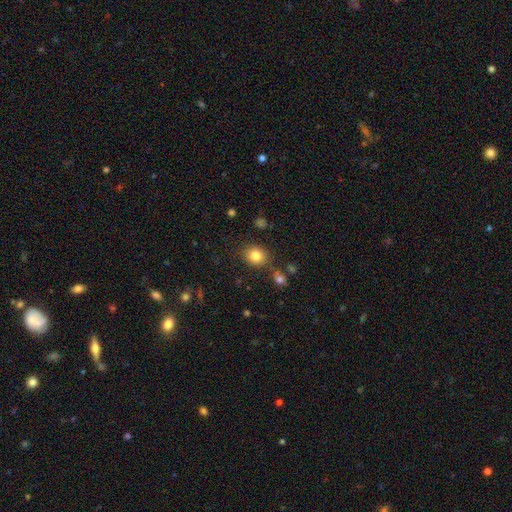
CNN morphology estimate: smooth_or_featured: smooth (p=0.82) [alt: star or artifact p=0.11]
how_rounded: round (p=0.69) [alt: in between p=0.31]
merging: none (p=0.82) [alt: minor disturbance p=0.10]